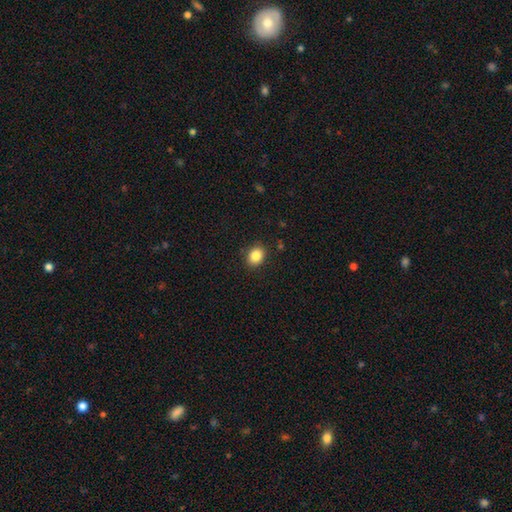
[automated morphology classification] Overall: smooth (86%). How rounded: in between (51%; round 49%). Merging: none (88%).